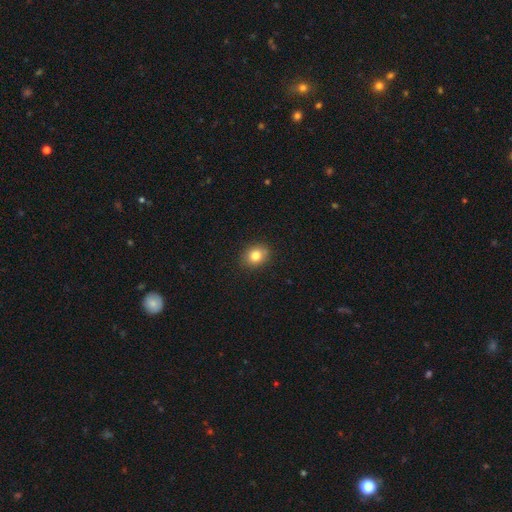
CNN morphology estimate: A smooth galaxy with no disk features (82%) that is round (53%).

Vote fractions:
- Smooth or featured? smooth: 82% / star or artifact: 10% / featured or disk: 8%
- How rounded? round: 53% / in between: 46% / cigar-shaped: 1%
- Merging? none: 88% / minor disturbance: 8% / major disturbance: 2% / merger: 1%